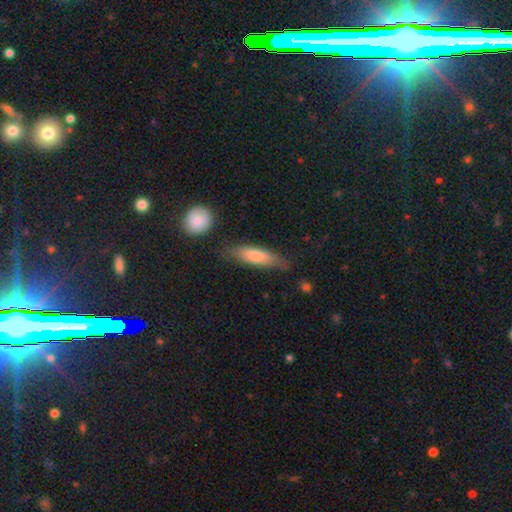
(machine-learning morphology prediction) A smooth galaxy with no disk features (74%) that is cigar-shaped (62%). Merging: none (67%).